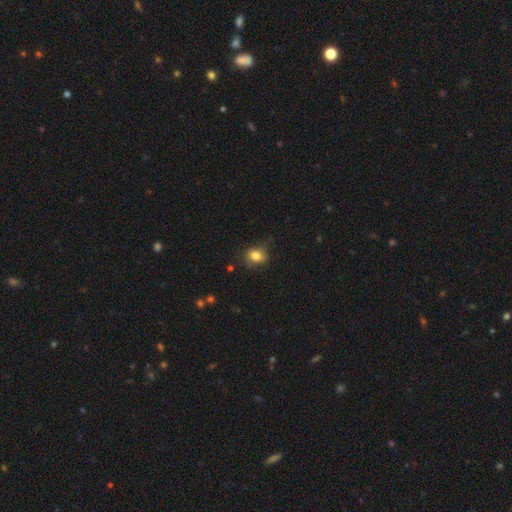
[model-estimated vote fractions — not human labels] Q: Smooth or featured?
A: smooth (81%); runner-up: star or artifact (10%)
Q: How rounded?
A: in between (52%); runner-up: round (47%)
Q: Merging?
A: none (67%); runner-up: minor disturbance (25%)